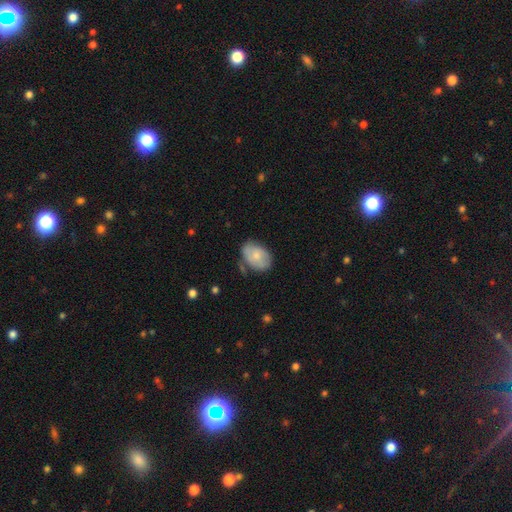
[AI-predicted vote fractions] A smooth galaxy with no disk features (64%) that is in between round and cigar-shaped (81%).

Vote fractions:
- Smooth or featured? smooth: 64% / featured or disk: 30% / star or artifact: 7%
- How rounded? in between: 81% / round: 18% / cigar-shaped: 1%
- Merging? none: 59% / minor disturbance: 28% / major disturbance: 8% / merger: 5%